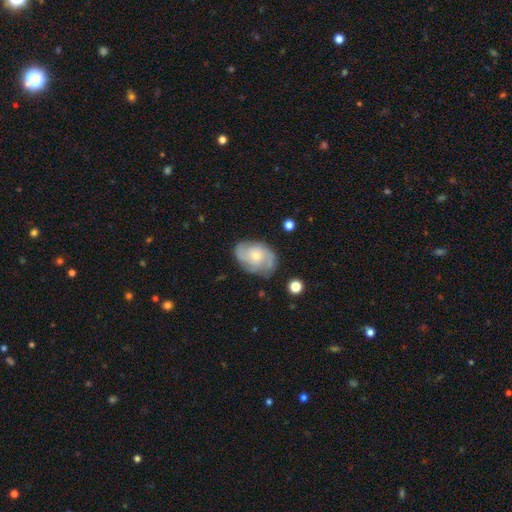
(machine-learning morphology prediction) smooth-or-featured: featured or disk: 70% | smooth: 24% | star or artifact: 6%
  disk-edge-on: no: 97% | yes: 3%
    bar: no: 73% | weak: 24% | strong: 3%
    has-spiral-arms: yes: 92% | no: 8%
      spiral-winding: medium: 44% | tight: 39% | loose: 16%
      spiral-arm-count: 2: 35% | 3: 26% | can't tell: 24% | 4: 7% | 1: 4% | more than 4: 4%
    bulge-size: small: 56% | moderate: 37% | large: 3% | none: 3% | dominant: 1%
  merging: none: 69% | minor disturbance: 21% | major disturbance: 8% | merger: 2%